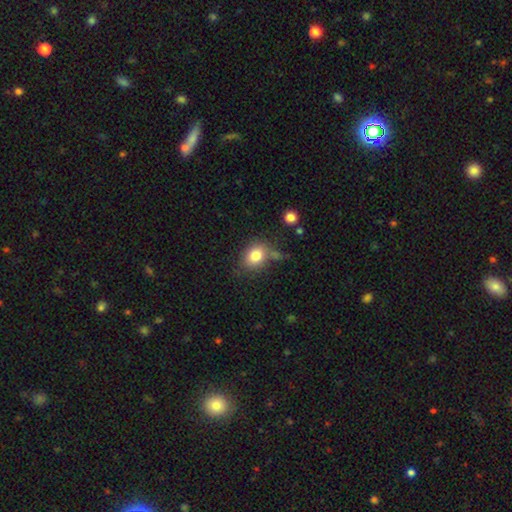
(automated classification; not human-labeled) The model was most divided on "how rounded": in between: 56%, round: 43%, cigar-shaped: 1%. More confident: smooth or featured — smooth (81%); merging — none (63%).